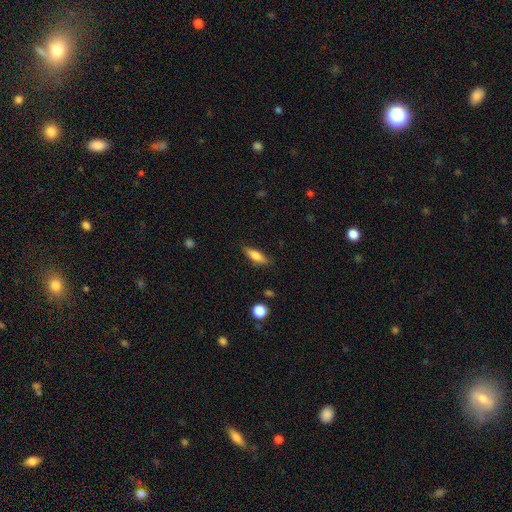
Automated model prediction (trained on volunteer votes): Smooth or featured: smooth — 72% (featured or disk — 21%)
How rounded: cigar-shaped — 54% (in between — 43%)
Merging: none — 83% (minor disturbance — 13%)